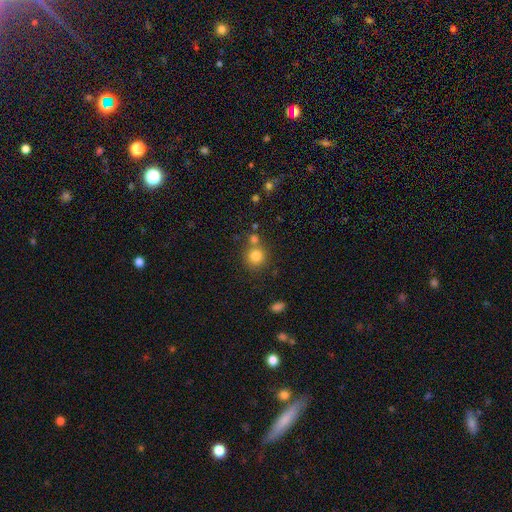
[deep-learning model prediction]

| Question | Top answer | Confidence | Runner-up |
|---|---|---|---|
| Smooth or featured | smooth | 80% | star or artifact (12%) |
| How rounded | round | 90% | in between (9%) |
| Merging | none | 66% | merger (22%) |